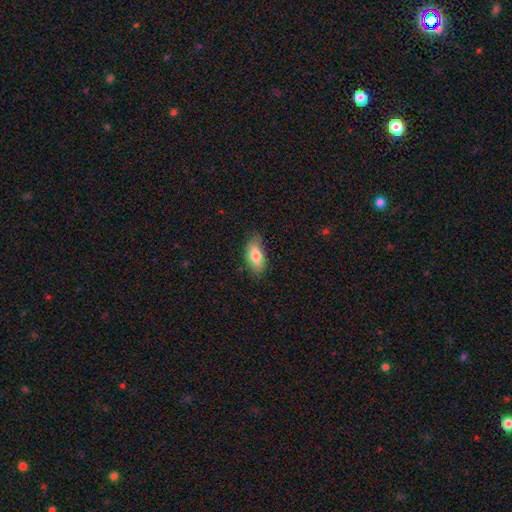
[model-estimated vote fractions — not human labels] Smooth or featured?
  - smooth: 78% *
  - featured or disk: 15%
  - star or artifact: 7%
How rounded?
  - in between: 88% *
  - cigar-shaped: 9%
  - round: 3%
Merging?
  - none: 78% *
  - minor disturbance: 17%
  - major disturbance: 3%
  - merger: 1%